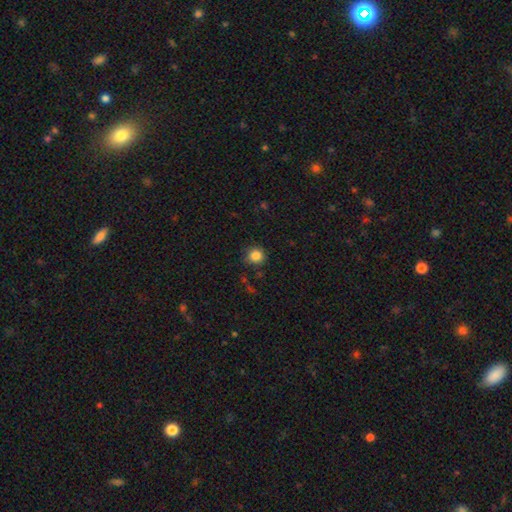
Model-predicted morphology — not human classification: smooth-or-featured: smooth: 85% | star or artifact: 11% | featured or disk: 4%
  how-rounded: round: 88% | in between: 11% | cigar-shaped: 1%
  merging: none: 82% | minor disturbance: 13% | major disturbance: 3% | merger: 2%